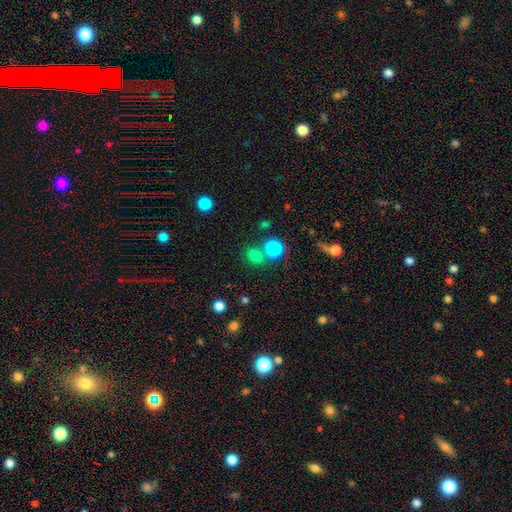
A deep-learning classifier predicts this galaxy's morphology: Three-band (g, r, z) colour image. It shows a smooth galaxy with no disk features (75%) that is round (65%). Merging: none (62%).